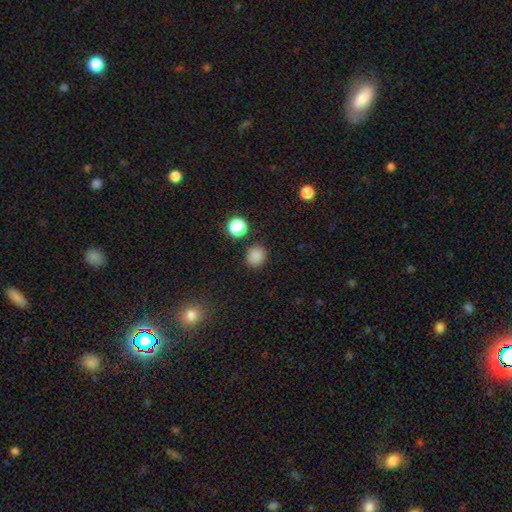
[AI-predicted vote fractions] Smooth or featured? Predicted: smooth (p=0.83). How rounded? Predicted: round (p=0.79). Merging? Predicted: none (p=0.87).